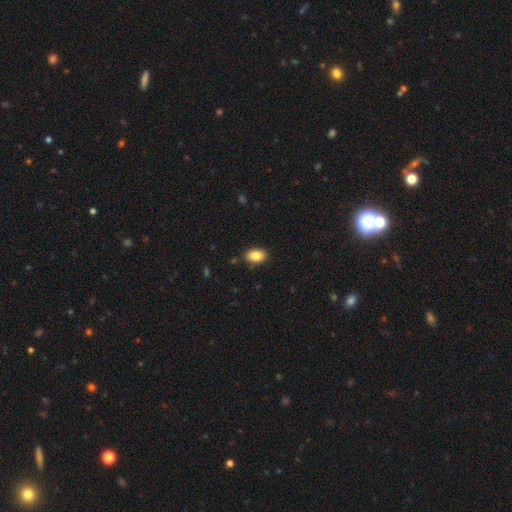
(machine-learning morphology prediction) Smooth or featured? Predicted: smooth (p=0.86). How rounded? Predicted: in between (p=0.89). Merging? Predicted: none (p=0.88).